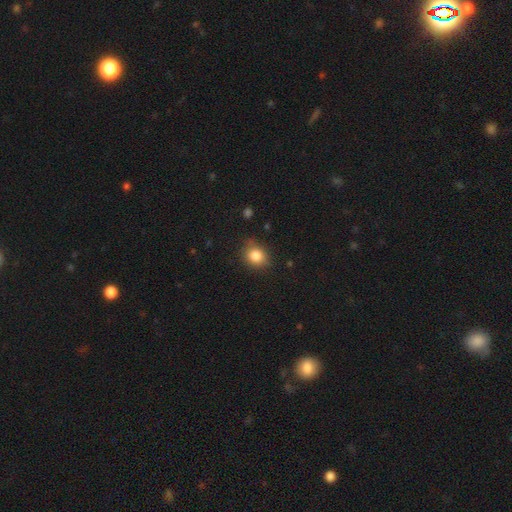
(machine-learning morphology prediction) Overall: smooth (84%). How rounded: round (62%; in between 37%). Merging: none (78%).